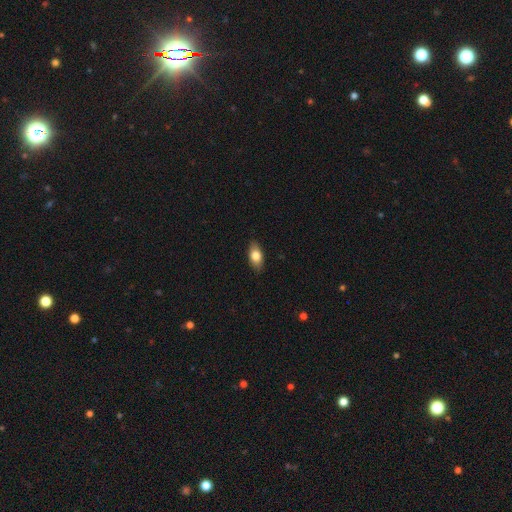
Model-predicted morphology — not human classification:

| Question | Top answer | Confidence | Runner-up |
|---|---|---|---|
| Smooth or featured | smooth | 79% | featured or disk (14%) |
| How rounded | in between | 89% | cigar-shaped (6%) |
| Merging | none | 88% | minor disturbance (9%) |